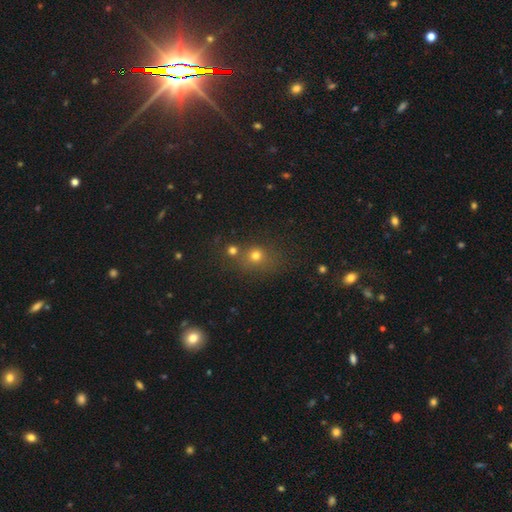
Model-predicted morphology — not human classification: smooth_or_featured: smooth (p=0.68) [alt: star or artifact p=0.22]
how_rounded: round (p=0.78) [alt: in between p=0.21]
merging: none (p=0.60) [alt: merger p=0.22]